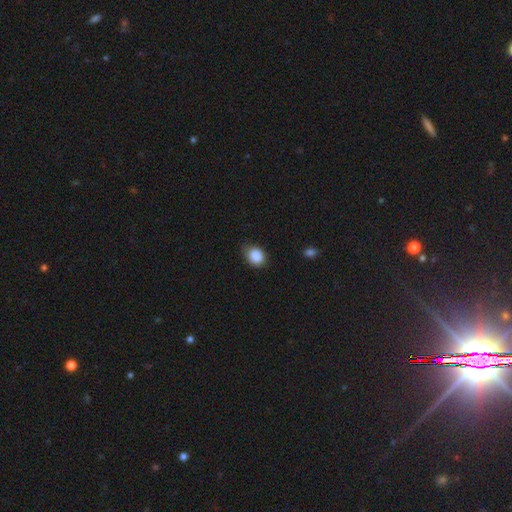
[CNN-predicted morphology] Overall: smooth (86%). How rounded: in between (54%; round 45%). Merging: none (73%).